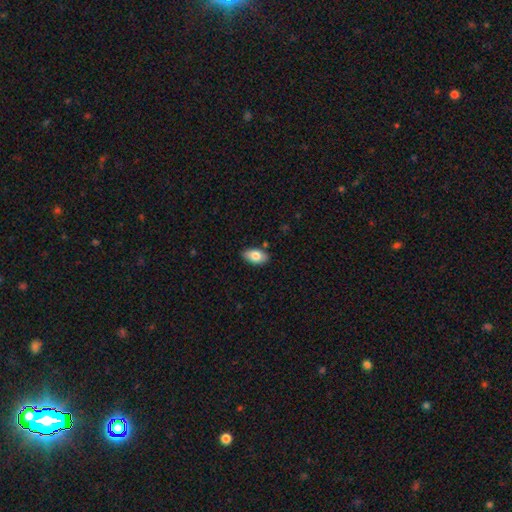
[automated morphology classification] This is clearly a smooth galaxy (81%). How rounded: clearly in between (93%). Merging: clearly none (85%).